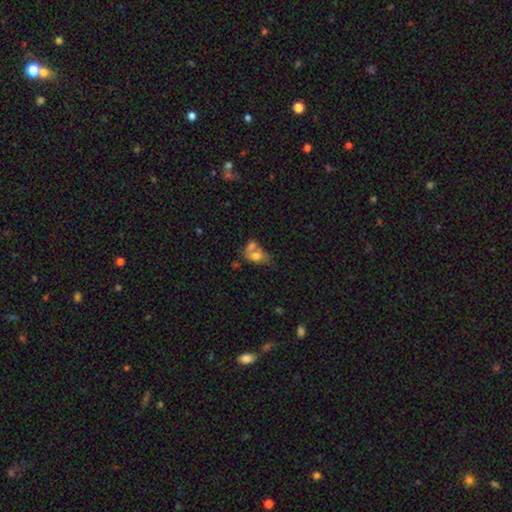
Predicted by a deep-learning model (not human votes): smooth 68%, featured or disk 23%, star or artifact 9%. Down the decision tree: how rounded — in between (83%); merging — merger (53%).